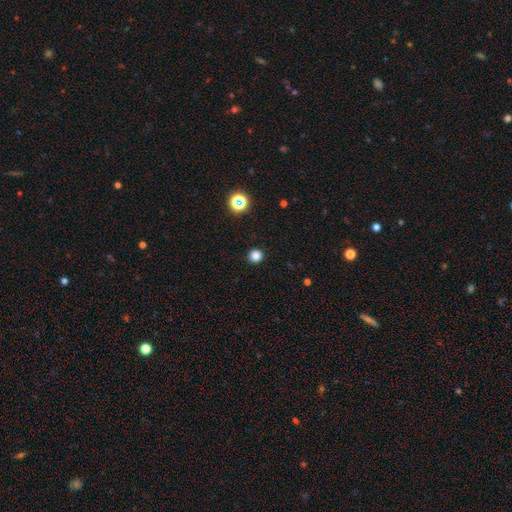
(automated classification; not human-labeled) The model was most divided on "smooth or featured": smooth: 81%, star or artifact: 15%, featured or disk: 3%. More confident: how rounded — round (96%); merging — none (93%).